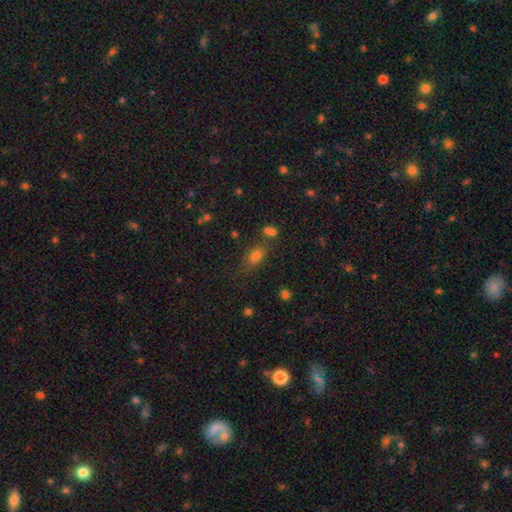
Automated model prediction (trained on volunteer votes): A smooth galaxy with no disk features (70%) that is in between round and cigar-shaped (75%). Merging: none (65%).